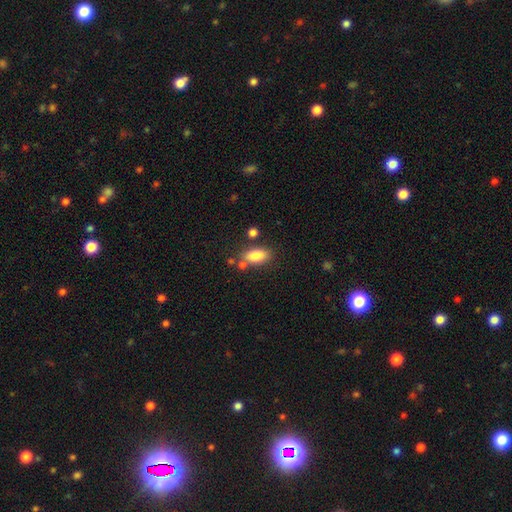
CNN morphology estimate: A smooth galaxy with no disk features (86%) that is in between round and cigar-shaped (86%).

Vote fractions:
- Smooth or featured? smooth: 86% / star or artifact: 8% / featured or disk: 6%
- How rounded? in between: 86% / cigar-shaped: 9% / round: 4%
- Merging? none: 70% / minor disturbance: 14% / merger: 12% / major disturbance: 4%